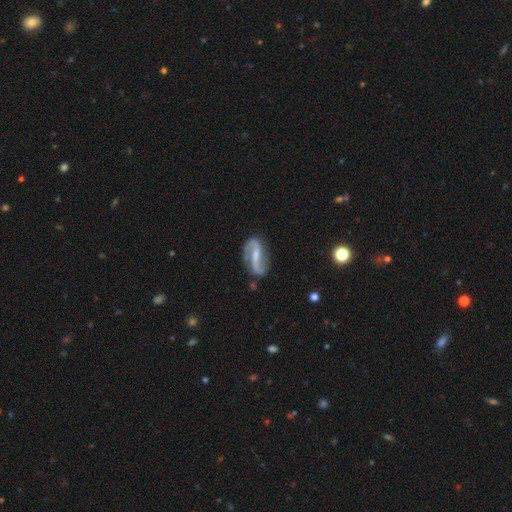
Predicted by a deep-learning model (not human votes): A featured or disk galaxy (86%) with a strong bar (44%), 2 (92%) loose (60%) spiral arms (95%) and a small central bulge (48%). Merging: none (77%).